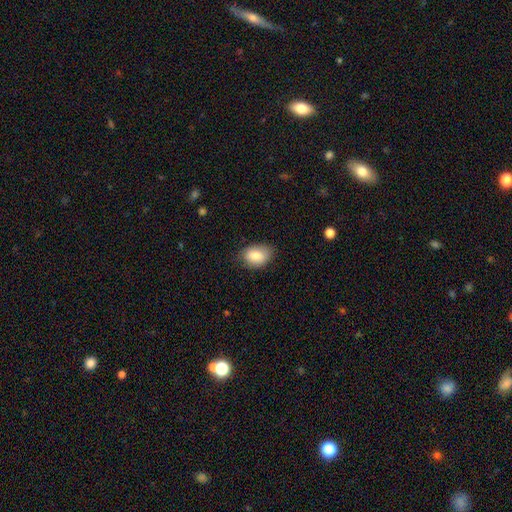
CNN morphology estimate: Smooth or featured?
  - smooth: 83% *
  - featured or disk: 10%
  - star or artifact: 8%
How rounded?
  - in between: 78% *
  - round: 21%
  - cigar-shaped: 1%
Merging?
  - none: 75% *
  - minor disturbance: 20%
  - major disturbance: 4%
  - merger: 1%